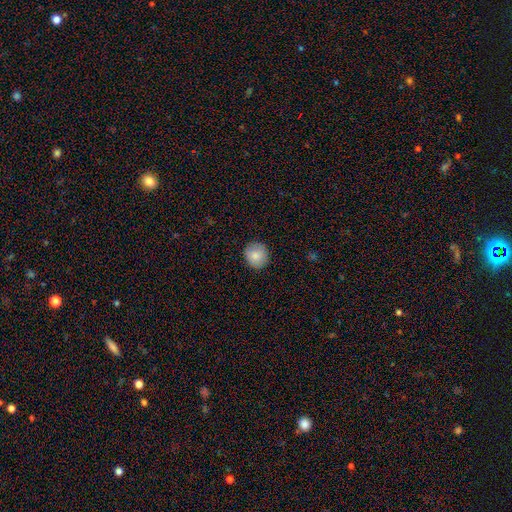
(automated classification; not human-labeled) Smooth or featured?
  - smooth: 85% *
  - star or artifact: 8%
  - featured or disk: 8%
How rounded?
  - round: 86% *
  - in between: 13%
  - cigar-shaped: 1%
Merging?
  - none: 88% *
  - minor disturbance: 9%
  - major disturbance: 2%
  - merger: 1%